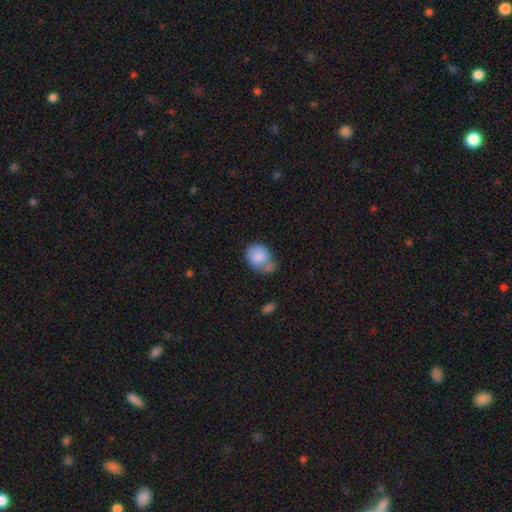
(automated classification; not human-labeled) Q: Smooth or featured?
A: smooth (81%); runner-up: featured or disk (11%)
Q: How rounded?
A: in between (53%); runner-up: round (46%)
Q: Merging?
A: none (36%); runner-up: merger (27%)